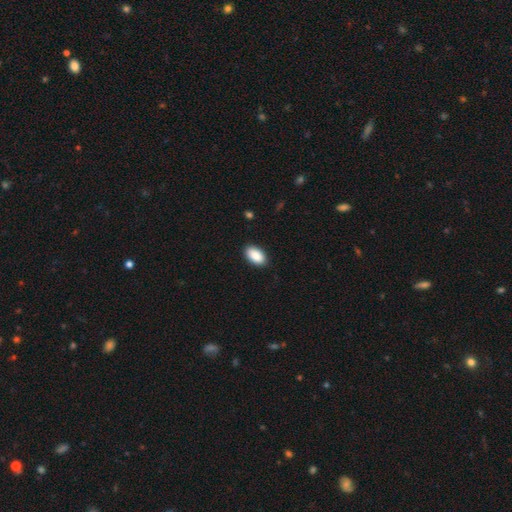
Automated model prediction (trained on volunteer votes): Smooth or featured? Predicted: smooth (p=0.90). How rounded? Predicted: in between (p=0.94). Merging? Predicted: none (p=0.89).